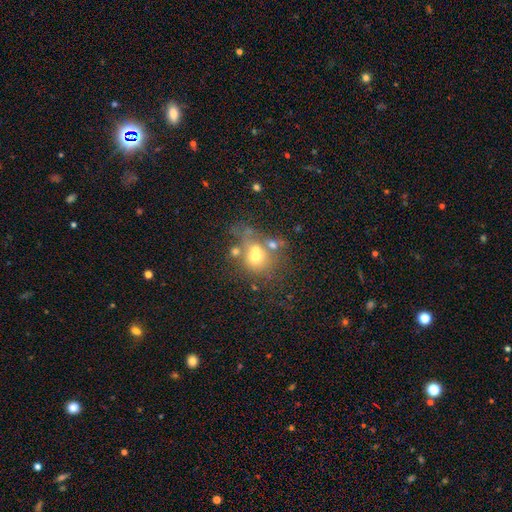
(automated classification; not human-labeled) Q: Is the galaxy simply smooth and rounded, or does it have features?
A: smooth — 55%.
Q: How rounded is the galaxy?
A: round — 74%.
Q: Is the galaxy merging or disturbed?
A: merger — 44%.